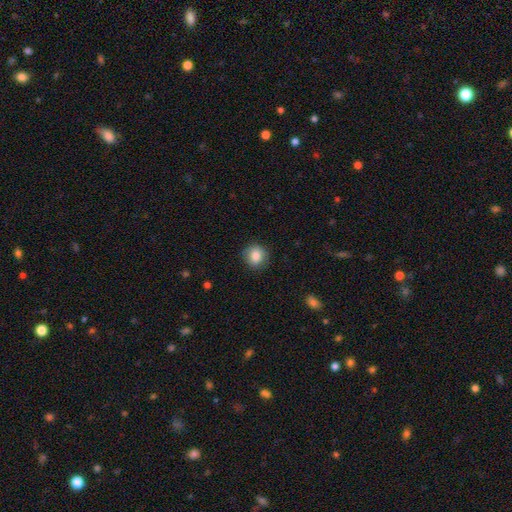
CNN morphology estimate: smooth-or-featured: smooth: 84% | star or artifact: 9% | featured or disk: 8%
  how-rounded: round: 80% | in between: 19% | cigar-shaped: 1%
  merging: none: 85% | minor disturbance: 11% | major disturbance: 3% | merger: 1%